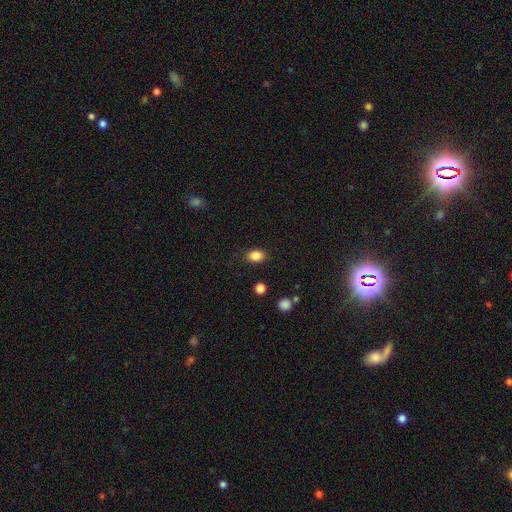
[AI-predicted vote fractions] This appears to be a smooth galaxy with no disk features (86%) that is in between round and cigar-shaped (70%). Merging: none (86%).